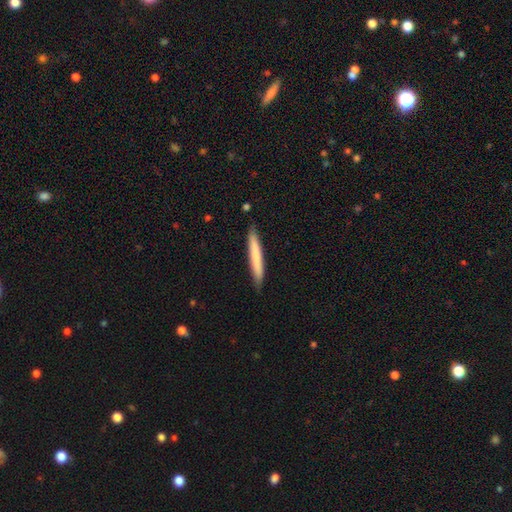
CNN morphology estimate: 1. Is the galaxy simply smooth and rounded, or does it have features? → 72% smooth, 23% featured or disk, 5% star or artifact.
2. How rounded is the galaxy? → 96% cigar-shaped, 3% in between, 1% round.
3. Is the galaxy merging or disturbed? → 88% none, 9% minor disturbance, 1% major disturbance, 1% merger.